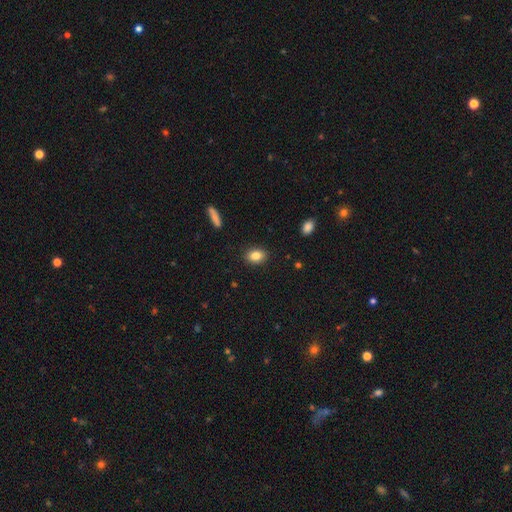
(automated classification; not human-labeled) Overall: smooth (84%). How rounded: in between (75%). Merging: none (89%).